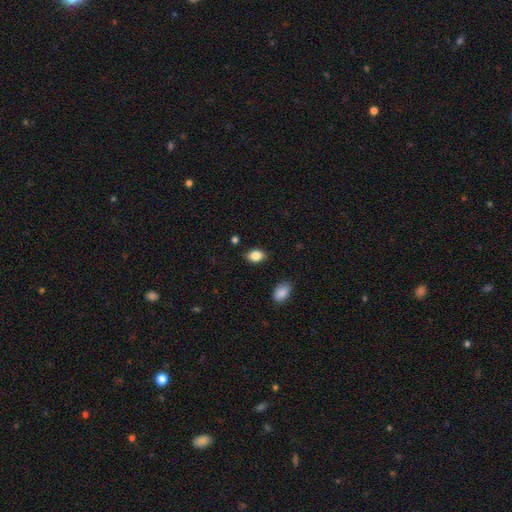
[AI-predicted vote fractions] smooth 85%, star or artifact 8%, featured or disk 7%. Down the decision tree: how rounded — in between (82%); merging — none (83%).